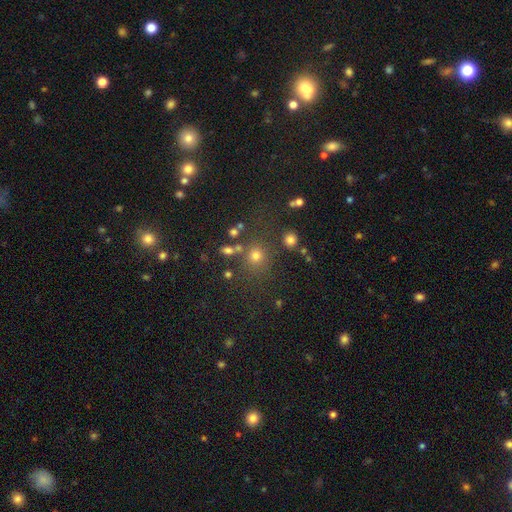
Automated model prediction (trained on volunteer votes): Smooth or featured: smooth — 68% (star or artifact — 24%)
How rounded: round — 86% (in between — 13%)
Merging: none — 73% (merger — 11%)